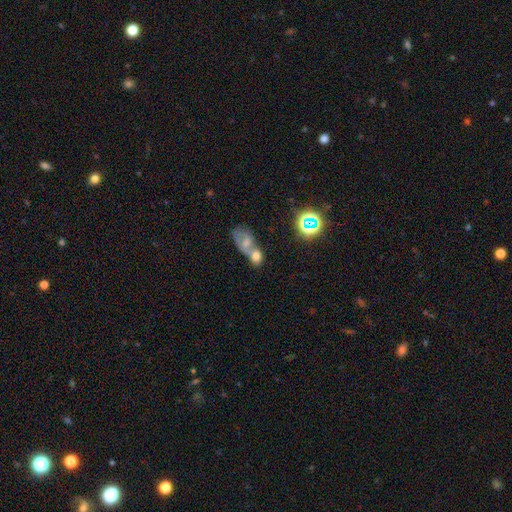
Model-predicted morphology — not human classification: Q: Smooth or featured?
A: smooth (55%); runner-up: featured or disk (26%)
Q: How rounded?
A: in between (70%); runner-up: round (25%)
Q: Merging?
A: merger (66%); runner-up: none (18%)